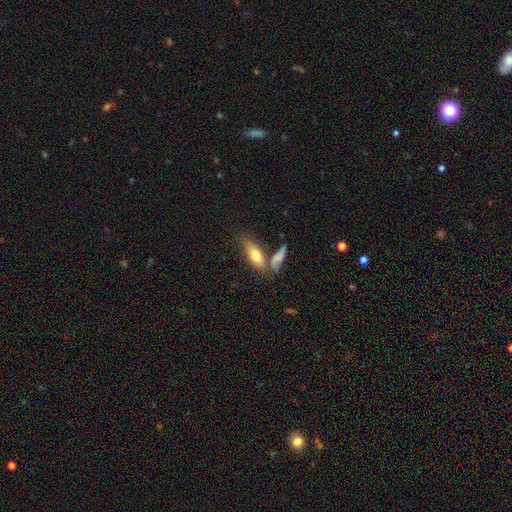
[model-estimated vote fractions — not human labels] Overall: smooth (71%). How rounded: in between (74%). Merging: none (48%; merger 30%).